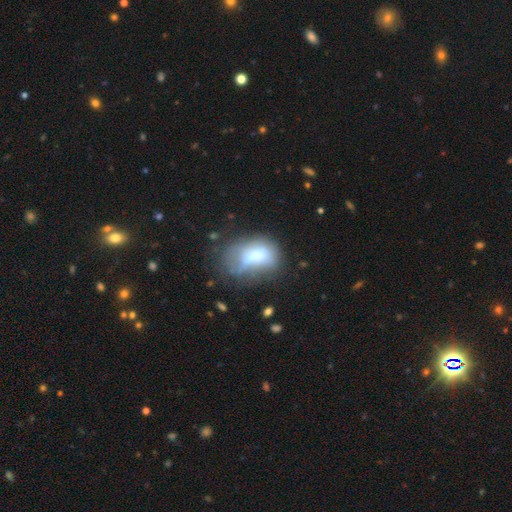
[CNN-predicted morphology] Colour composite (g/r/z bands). It shows a smooth galaxy with no disk features (58%) that is in between round and cigar-shaped (70%). Merging: major disturbance (34%).